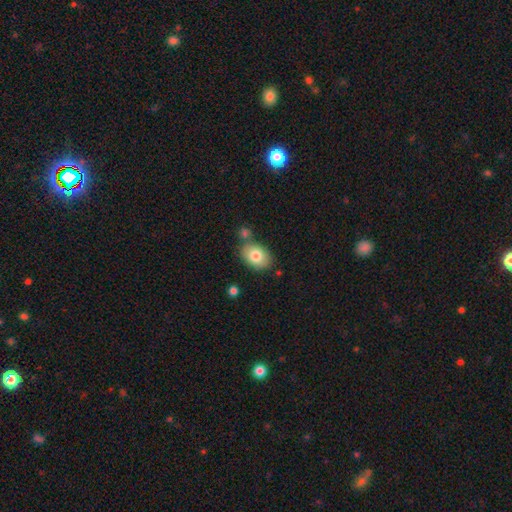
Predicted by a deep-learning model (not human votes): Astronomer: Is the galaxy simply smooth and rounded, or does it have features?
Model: smooth — 80%.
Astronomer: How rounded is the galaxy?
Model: in between — 80%.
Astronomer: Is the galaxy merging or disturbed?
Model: none — 72%.